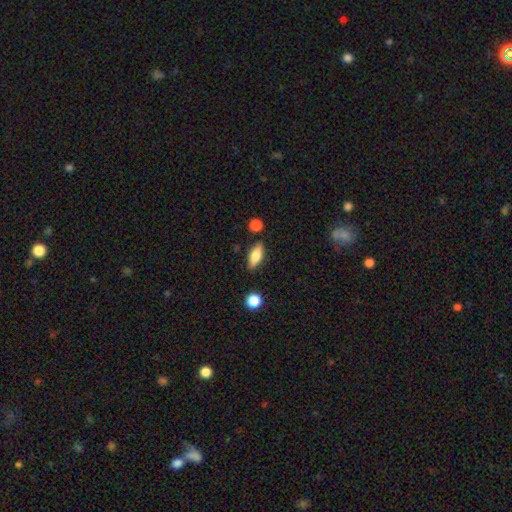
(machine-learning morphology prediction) This is likely a smooth galaxy (70%). How rounded: likely in between (75%). Merging: clearly none (84%).